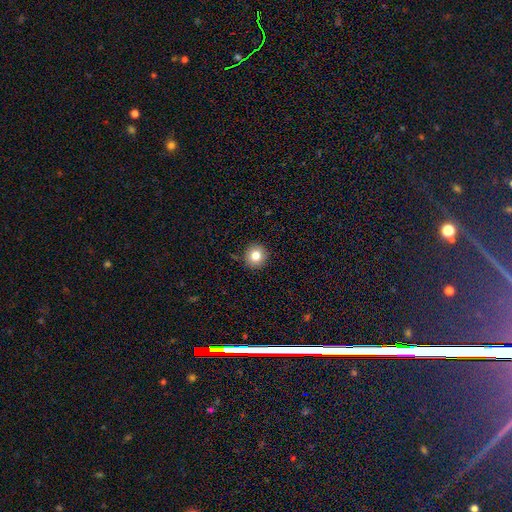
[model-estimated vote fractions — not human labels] smooth 80%, star or artifact 11%, featured or disk 9%. Down the decision tree: how rounded — round (94%); merging — none (91%).